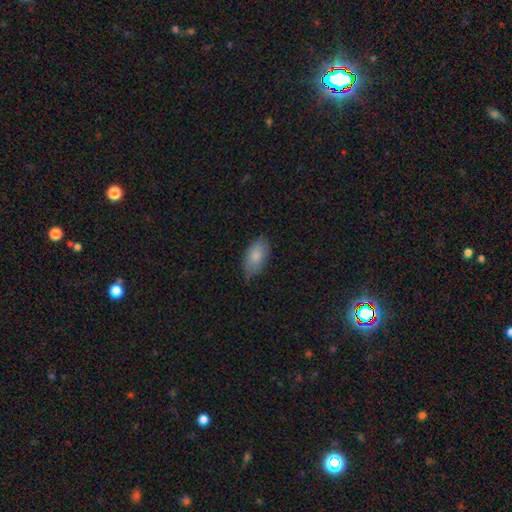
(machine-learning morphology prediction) Smooth or featured: smooth — 83% (featured or disk — 11%)
How rounded: in between — 93% (round — 4%)
Merging: none — 70% (minor disturbance — 25%)